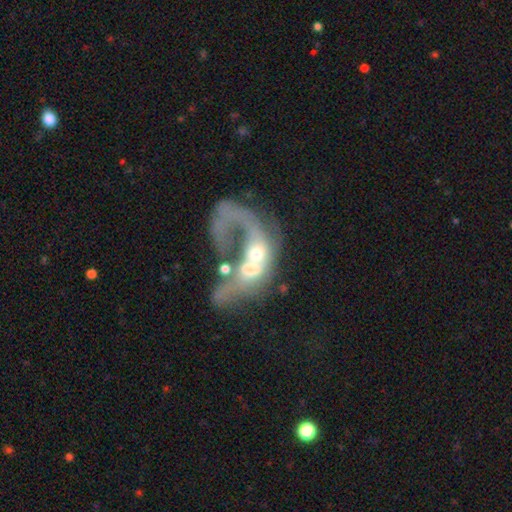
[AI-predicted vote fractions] A featured or disk galaxy (66%) with no bar (77%), no spiral arms (59%) and a moderate central bulge (55%).

Vote fractions:
- Smooth or featured? featured or disk: 66% / smooth: 25% / star or artifact: 9%
- Edge-on disk? no: 95% / yes: 5%
- Bar? no: 77% / weak: 18% / strong: 5%
- Spiral arms? no: 59% / yes: 41%
- Bulge size? moderate: 55% / small: 23% / large: 12% / none: 8% / dominant: 3%
- Merging? merger: 61% / major disturbance: 26% / none: 8% / minor disturbance: 5%